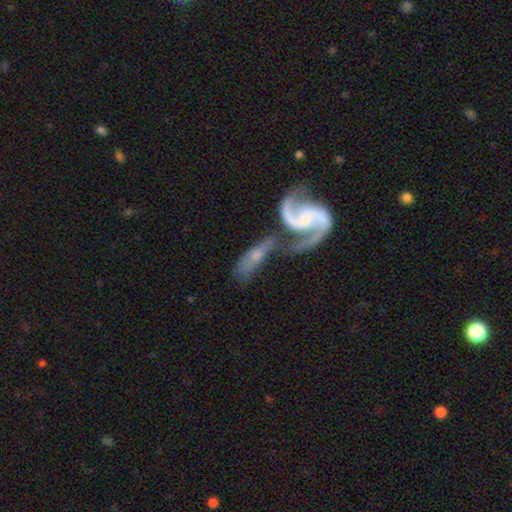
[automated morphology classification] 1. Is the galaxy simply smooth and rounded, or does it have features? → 69% featured or disk, 24% smooth, 6% star or artifact.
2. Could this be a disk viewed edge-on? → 88% no, 12% yes.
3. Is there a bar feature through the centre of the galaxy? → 56% no, 34% weak, 10% strong.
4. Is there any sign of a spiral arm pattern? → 85% yes, 15% no.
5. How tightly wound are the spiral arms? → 50% loose, 37% medium, 13% tight.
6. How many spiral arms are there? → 83% 2, 7% 1, 6% can't tell, 2% 3, 1% 4, 1% more than 4.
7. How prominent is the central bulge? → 52% small, 28% moderate, 15% none, 4% large, 2% dominant.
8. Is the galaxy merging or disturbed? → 54% merger, 23% none, 12% minor disturbance, 11% major disturbance.